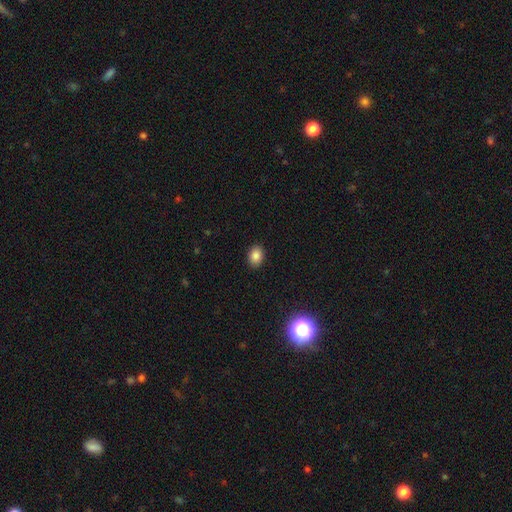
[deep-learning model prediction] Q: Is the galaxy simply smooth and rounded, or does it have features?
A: smooth — 85%.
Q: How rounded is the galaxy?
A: in between — 73%.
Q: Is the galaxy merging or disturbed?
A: none — 90%.